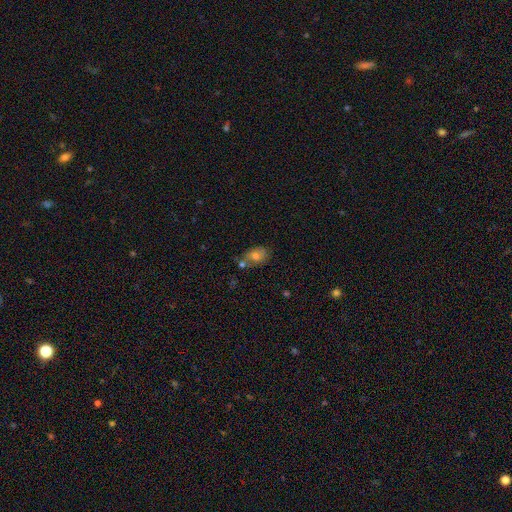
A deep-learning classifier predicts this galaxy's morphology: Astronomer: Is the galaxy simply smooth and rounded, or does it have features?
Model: smooth — 68%.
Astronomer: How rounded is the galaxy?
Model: in between — 75%.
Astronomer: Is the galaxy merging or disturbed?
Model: none — 48% (runner-up: merger, 24%).